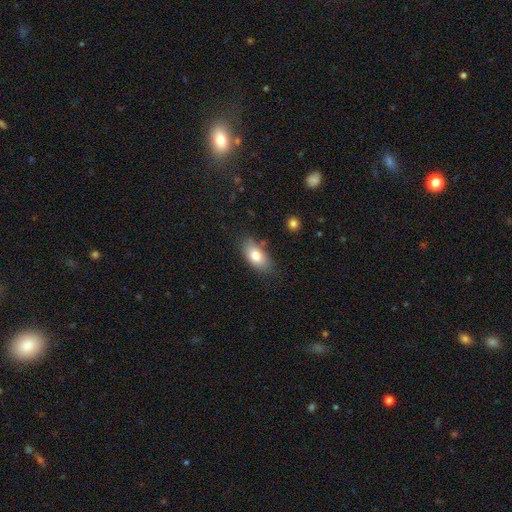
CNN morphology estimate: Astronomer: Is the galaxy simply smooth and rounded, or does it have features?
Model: smooth — 79%.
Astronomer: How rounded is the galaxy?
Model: in between — 90%.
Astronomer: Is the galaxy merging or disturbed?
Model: none — 75%.